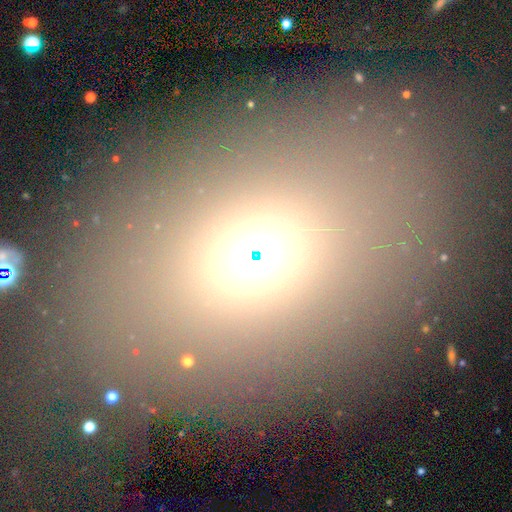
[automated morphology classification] A smooth galaxy with no disk features (56%) that is round (57%). Merging: none (79%).